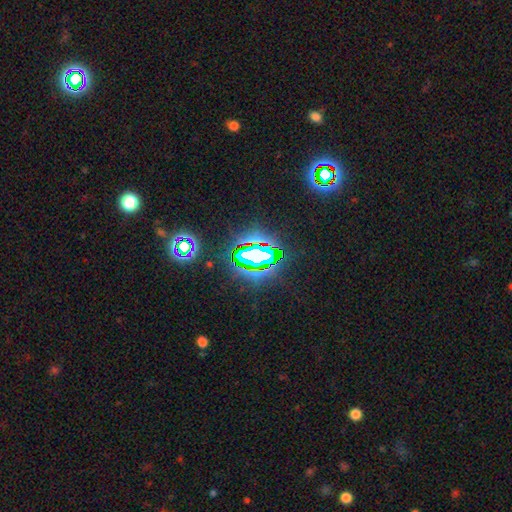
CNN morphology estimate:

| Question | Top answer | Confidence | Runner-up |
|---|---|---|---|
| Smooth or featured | star or artifact | 72% | smooth (16%) |